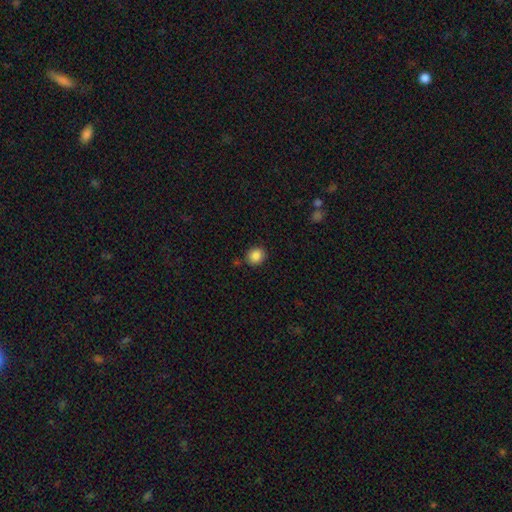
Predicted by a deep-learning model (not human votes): smooth-or-featured: smooth: 87% | star or artifact: 9% | featured or disk: 4%
  how-rounded: round: 78% | in between: 21% | cigar-shaped: 1%
  merging: none: 84% | minor disturbance: 10% | merger: 3% | major disturbance: 3%